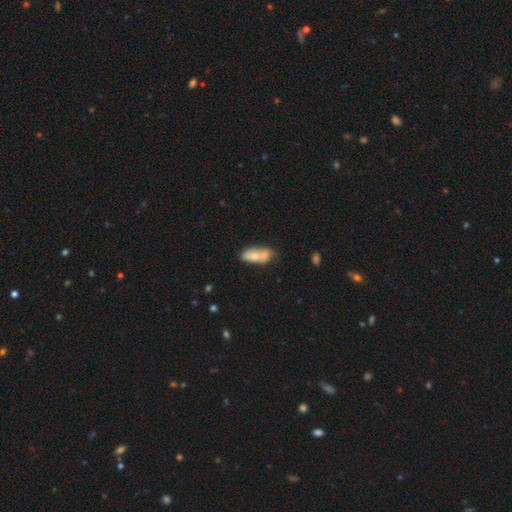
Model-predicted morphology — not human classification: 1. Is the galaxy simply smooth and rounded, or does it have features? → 66% smooth, 26% featured or disk, 7% star or artifact.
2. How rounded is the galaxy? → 82% in between, 11% cigar-shaped, 7% round.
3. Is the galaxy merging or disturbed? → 55% merger, 28% none, 12% minor disturbance, 5% major disturbance.